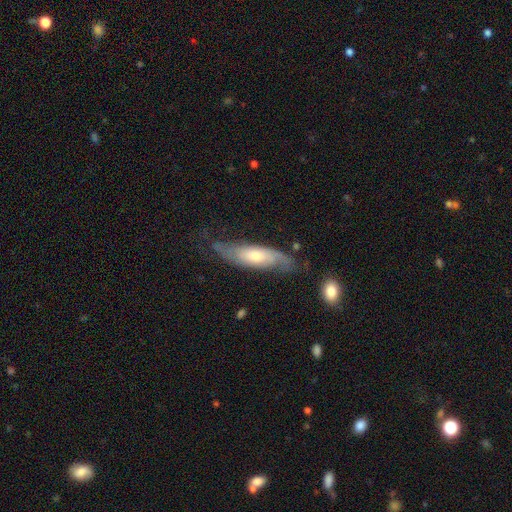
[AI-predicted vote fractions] This is likely a featured or disk galaxy (63%). It is likely not viewed edge-on (72%). Merging: possibly none (59%).